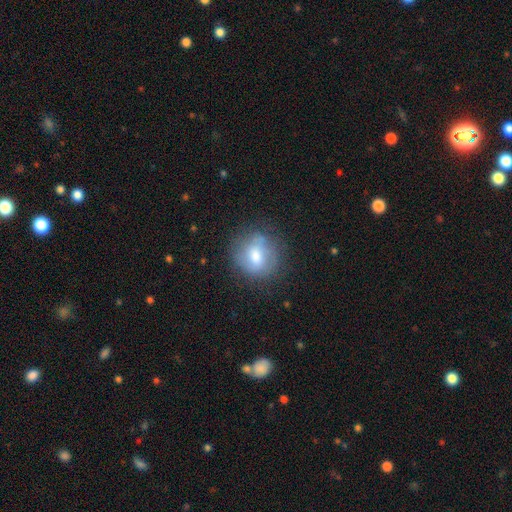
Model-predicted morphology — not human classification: smooth-or-featured: smooth: 60% | featured or disk: 31% | star or artifact: 9%
  how-rounded: round: 75% | in between: 23% | cigar-shaped: 1%
  merging: none: 71% | minor disturbance: 19% | major disturbance: 7% | merger: 2%